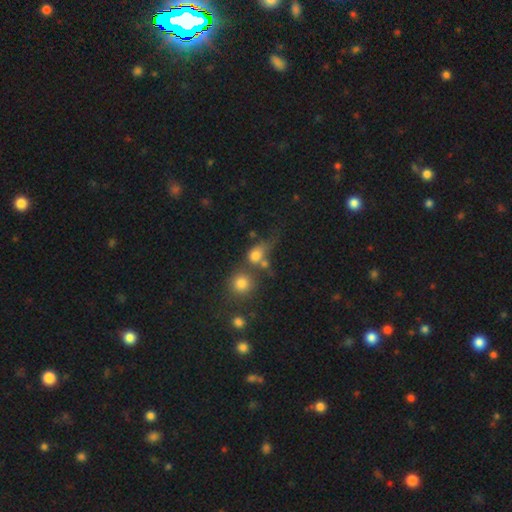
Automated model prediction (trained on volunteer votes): Q: Smooth or featured?
A: smooth (74%); runner-up: star or artifact (14%)
Q: How rounded?
A: round (54%); runner-up: in between (43%)
Q: Merging?
A: merger (35%); runner-up: none (33%)